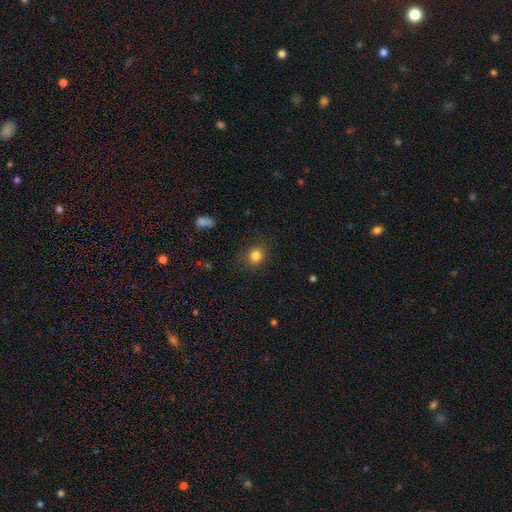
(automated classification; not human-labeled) smooth_or_featured: smooth (p=0.83) [alt: star or artifact p=0.11]
how_rounded: round (p=0.77) [alt: in between p=0.22]
merging: none (p=0.85) [alt: minor disturbance p=0.10]